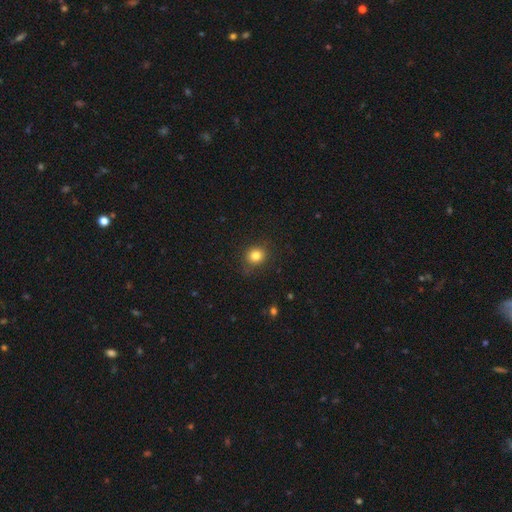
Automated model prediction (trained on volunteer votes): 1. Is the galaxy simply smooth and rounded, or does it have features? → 82% smooth, 12% star or artifact, 6% featured or disk.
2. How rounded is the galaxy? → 77% round, 22% in between, 1% cigar-shaped.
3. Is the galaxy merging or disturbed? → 84% none, 12% minor disturbance, 3% major disturbance, 1% merger.